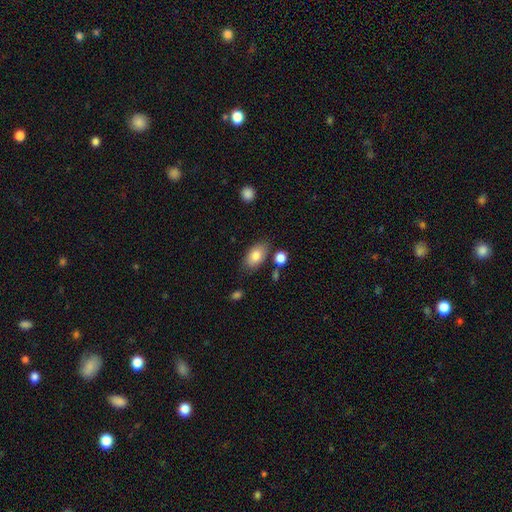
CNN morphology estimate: Smooth or featured?
  - smooth: 82% *
  - featured or disk: 11%
  - star or artifact: 7%
How rounded?
  - in between: 91% *
  - round: 7%
  - cigar-shaped: 2%
Merging?
  - none: 77% *
  - minor disturbance: 14%
  - merger: 5%
  - major disturbance: 4%